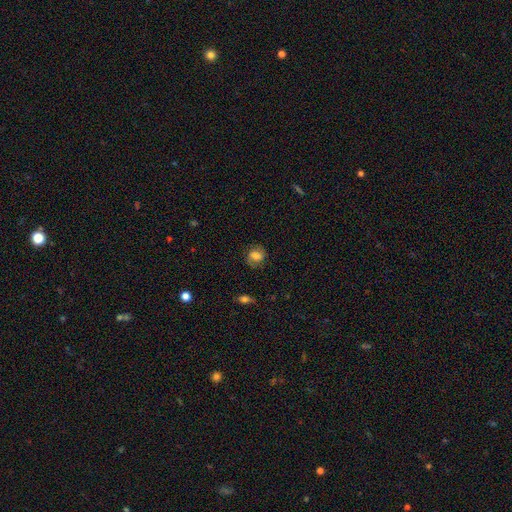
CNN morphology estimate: Overall: smooth (58%; featured or disk 32%). How rounded: round (67%; in between 32%). Merging: none (77%).